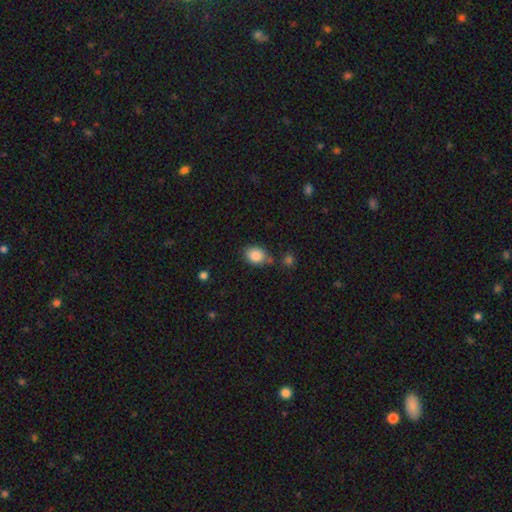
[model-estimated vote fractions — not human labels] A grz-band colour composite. It shows a smooth galaxy with no disk features (86%) that is in between round and cigar-shaped (65%). Merging: none (66%).